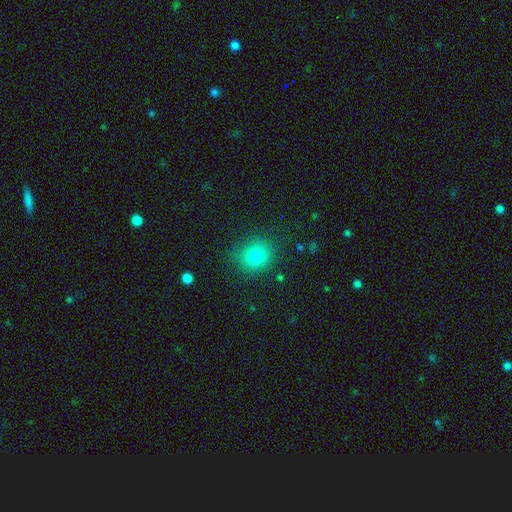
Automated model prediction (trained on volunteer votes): The model was most divided on "how rounded": round: 79%, in between: 20%, cigar-shaped: 1%. More confident: merging — none (83%); smooth or featured — smooth (80%).